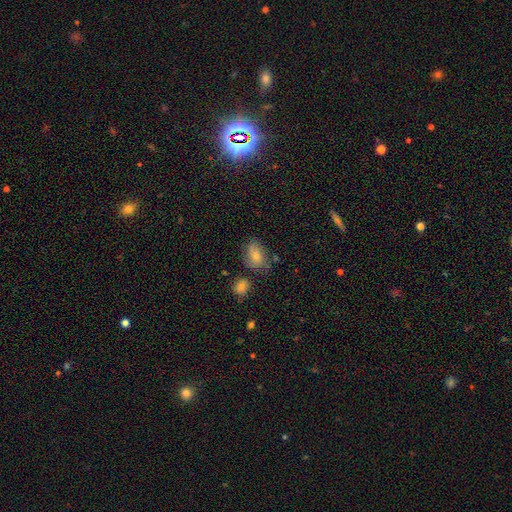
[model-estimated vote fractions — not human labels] This is marginally a smooth galaxy (45%). Merging: likely none (66%).